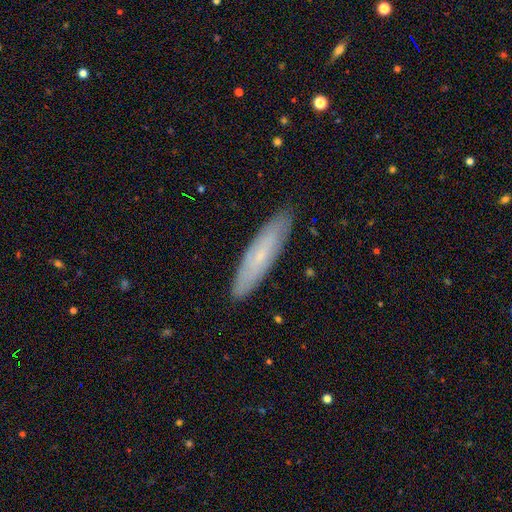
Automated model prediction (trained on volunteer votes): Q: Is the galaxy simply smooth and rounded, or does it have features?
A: smooth — 49%.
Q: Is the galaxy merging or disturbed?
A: none — 89%.